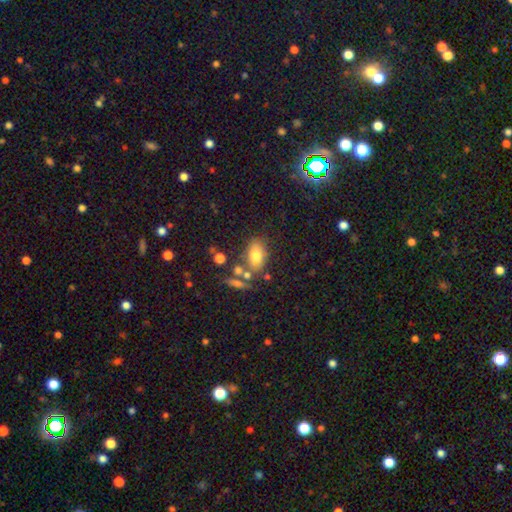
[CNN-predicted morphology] smooth-or-featured: smooth: 73% | featured or disk: 17% | star or artifact: 10%
  how-rounded: in between: 85% | round: 11% | cigar-shaped: 4%
  merging: none: 63% | merger: 16% | minor disturbance: 15% | major disturbance: 6%